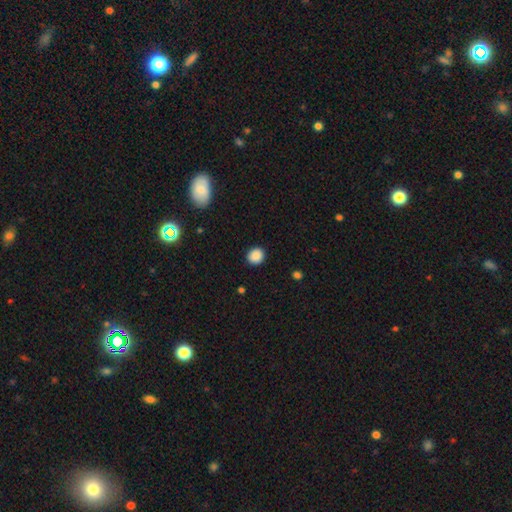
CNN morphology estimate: type=smooth (88%); roundness=round (87%); merging=none (90%).